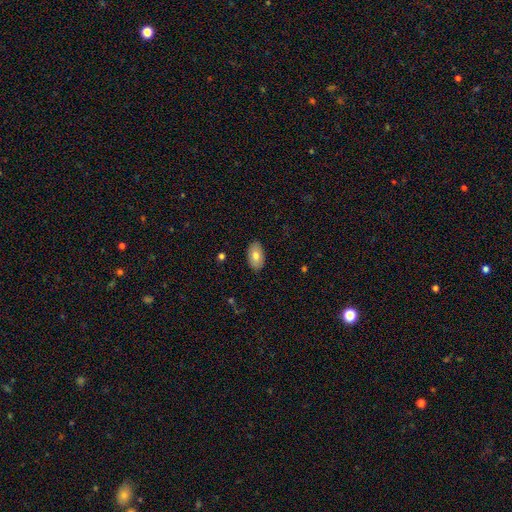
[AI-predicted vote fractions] Morphology: type=smooth (75%); roundness=in between (93%); merging=none (88%).